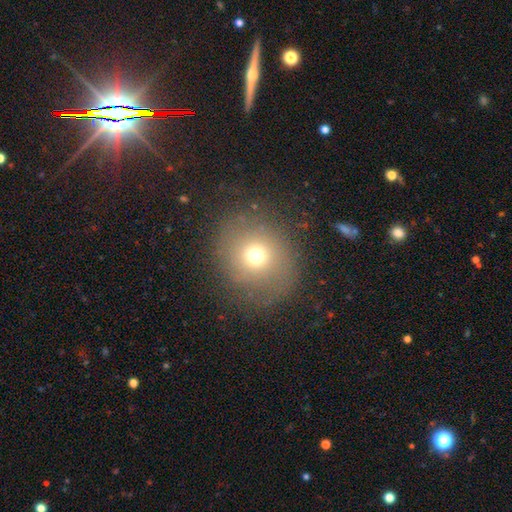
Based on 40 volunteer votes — smooth-or-featured: smooth: 72% | featured or disk: 20% | star or artifact: 8%
  how-rounded: round: 79% | in between: 21% | cigar-shaped: 0%
  merging: none: 81% | minor disturbance: 16% | major disturbance: 3% | merger: 0%